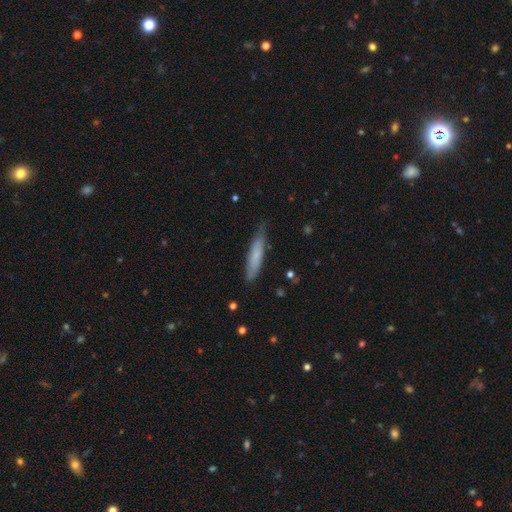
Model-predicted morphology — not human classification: Overall: smooth (71%). How rounded: cigar-shaped (85%). Merging: none (74%).